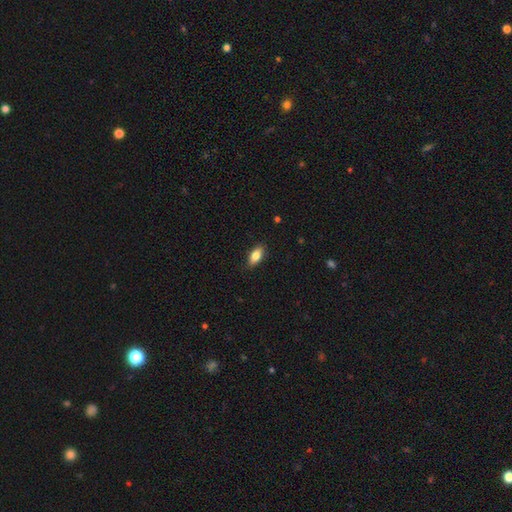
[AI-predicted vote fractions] The model was most divided on "smooth or featured": smooth: 81%, featured or disk: 12%, star or artifact: 7%. More confident: merging — none (86%); how rounded — in between (85%).